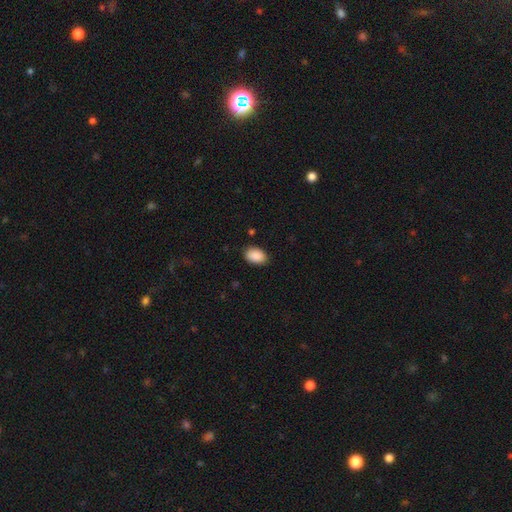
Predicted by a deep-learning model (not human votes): smooth_or_featured: smooth (p=0.90) [alt: star or artifact p=0.07]
how_rounded: in between (p=0.88) [alt: round p=0.11]
merging: none (p=0.86) [alt: minor disturbance p=0.11]